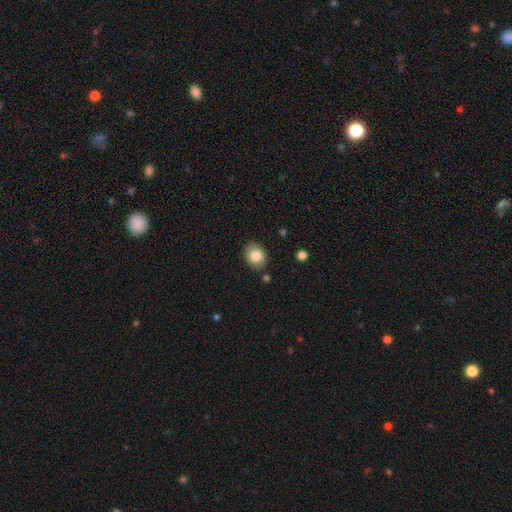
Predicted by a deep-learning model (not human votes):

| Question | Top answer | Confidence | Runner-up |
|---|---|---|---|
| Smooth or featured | smooth | 83% | star or artifact (9%) |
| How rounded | round | 56% | in between (43%) |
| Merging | none | 83% | minor disturbance (11%) |